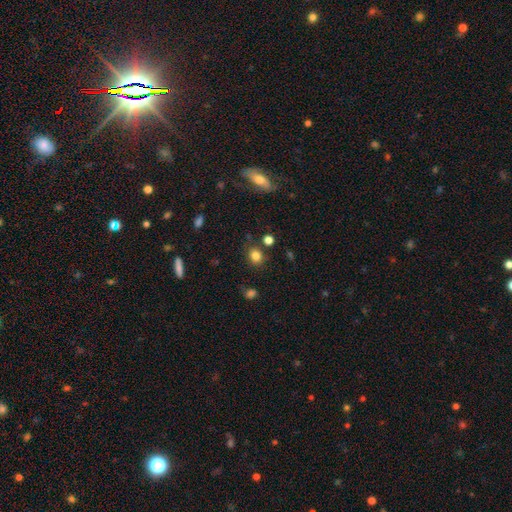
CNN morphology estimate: The model was most divided on "how rounded": round: 72%, in between: 27%, cigar-shaped: 1%. More confident: smooth or featured — smooth (81%); merging — none (80%).